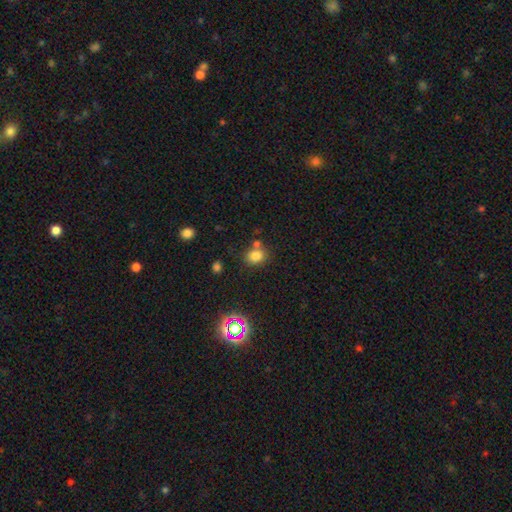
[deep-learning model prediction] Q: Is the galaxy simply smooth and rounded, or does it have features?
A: smooth — 79%.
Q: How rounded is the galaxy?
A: round — 60%.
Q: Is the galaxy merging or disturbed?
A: none — 66%.